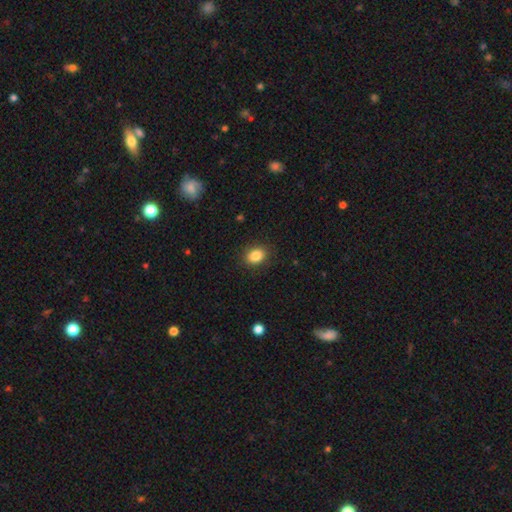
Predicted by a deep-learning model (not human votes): smooth_or_featured: smooth (p=0.86) [alt: star or artifact p=0.09]
how_rounded: in between (p=0.66) [alt: round p=0.33]
merging: none (p=0.88) [alt: minor disturbance p=0.09]